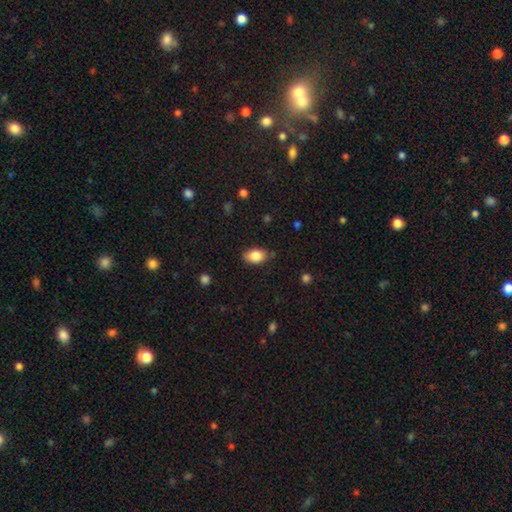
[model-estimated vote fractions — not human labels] This is clearly a smooth galaxy (85%). How rounded: clearly in between (87%). Merging: clearly none (80%).